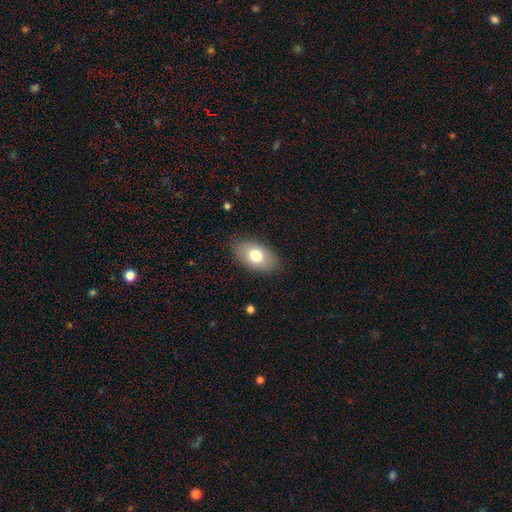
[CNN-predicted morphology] Smooth or featured? smooth (74%)
How rounded? in between (91%)
Merging? none (84%)